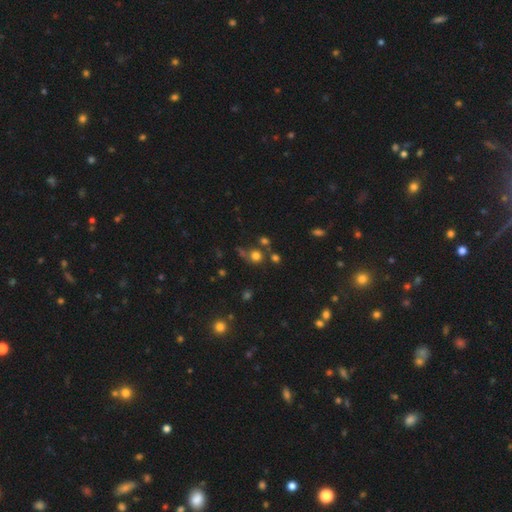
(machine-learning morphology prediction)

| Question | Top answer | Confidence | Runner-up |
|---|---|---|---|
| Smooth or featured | smooth | 70% | star or artifact (21%) |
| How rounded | round | 88% | in between (11%) |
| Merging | none | 61% | merger (19%) |